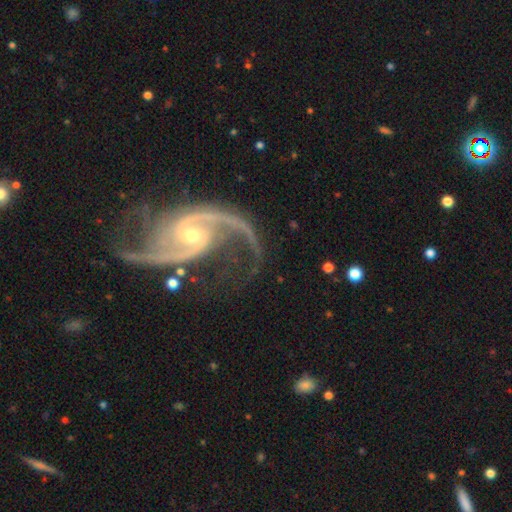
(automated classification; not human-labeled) smooth_or_featured: featured or disk (p=0.93) [alt: star or artifact p=0.05]
disk_edge_on: no (p=0.98) [alt: yes p=0.02]
bar: no (p=0.51) [alt: weak p=0.33]
has_spiral_arms: yes (p=0.98) [alt: no p=0.02]
spiral_winding: medium (p=0.46) [alt: loose p=0.42]
spiral_arm_count: 2 (p=0.85) [alt: 3 p=0.05]
bulge_size: small (p=0.63) [alt: moderate p=0.34]
merging: none (p=0.64) [alt: minor disturbance p=0.17]